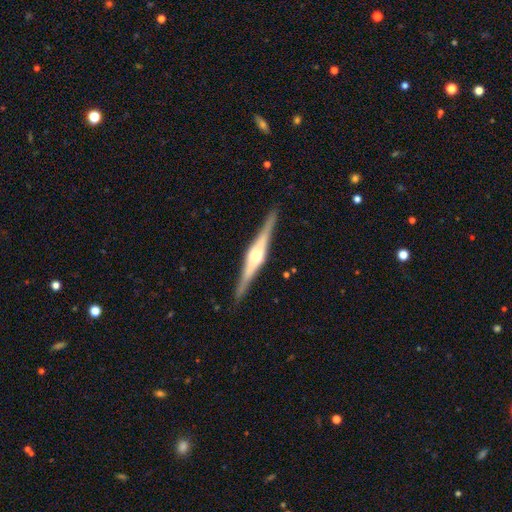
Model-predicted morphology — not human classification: smooth_or_featured: featured or disk (p=0.85) [alt: smooth p=0.10]
disk_edge_on: yes (p=0.98) [alt: no p=0.02]
edge_on_bulge: rounded (p=0.67) [alt: boxy p=0.29]
merging: none (p=0.91) [alt: minor disturbance p=0.07]